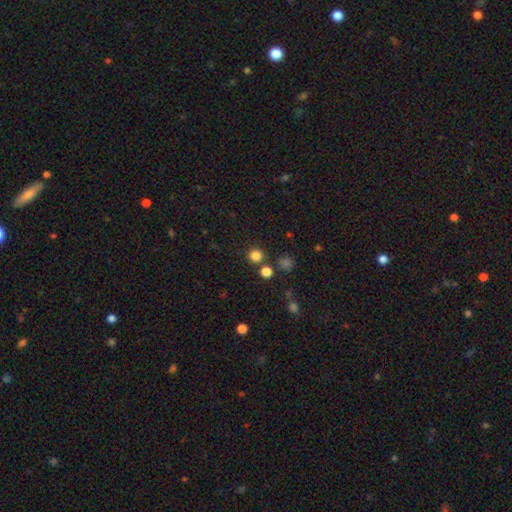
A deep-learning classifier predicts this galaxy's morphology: A smooth galaxy with no disk features (81%) that is round (93%). Merging: none (84%).